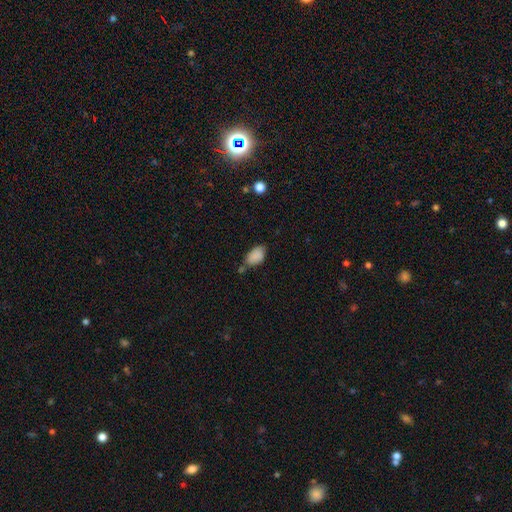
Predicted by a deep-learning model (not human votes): smooth 86%, star or artifact 8%, featured or disk 6%. Down the decision tree: how rounded — in between (91%); merging — none (53%).